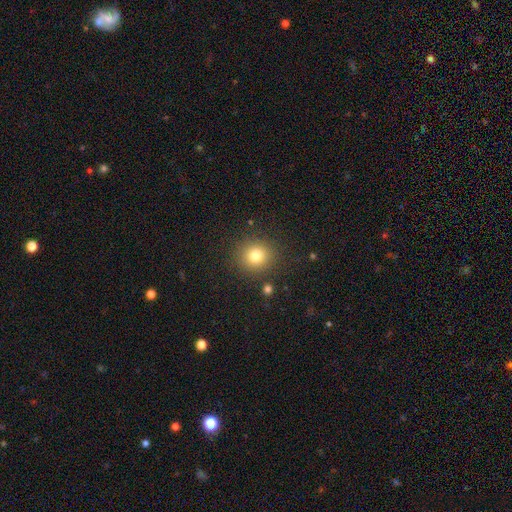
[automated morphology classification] Smooth or featured? smooth (79%)
How rounded? round (88%)
Merging? none (88%)